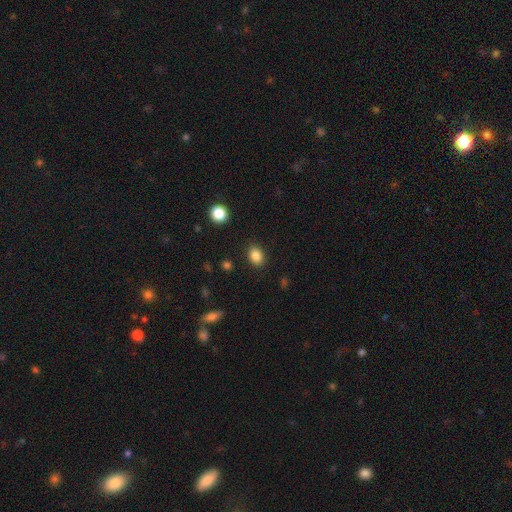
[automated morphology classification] This appears to be a smooth galaxy with no disk features (85%) that is in between round and cigar-shaped (64%). Merging: none (87%).